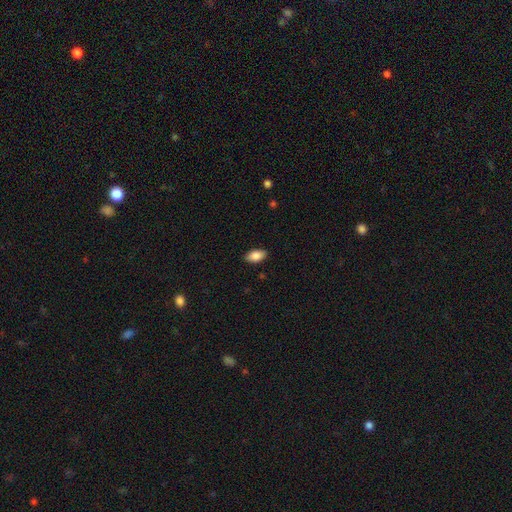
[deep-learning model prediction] A smooth galaxy with no disk features (86%) that is in between round and cigar-shaped (93%). Merging: none (88%).